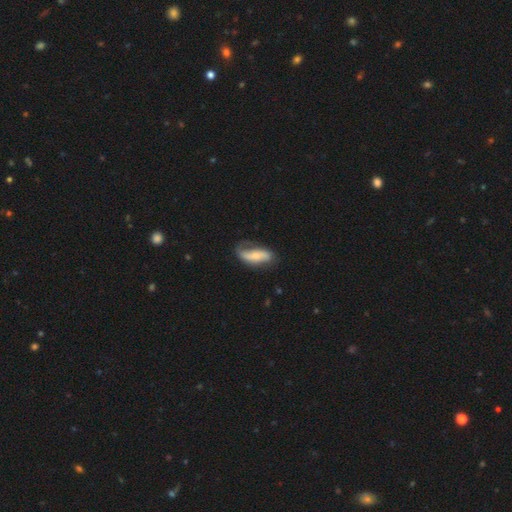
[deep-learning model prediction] smooth-or-featured: featured or disk: 51% | smooth: 42% | star or artifact: 6%
  disk-edge-on: no: 87% | yes: 13%
  merging: none: 49% | minor disturbance: 30% | major disturbance: 18% | merger: 3%